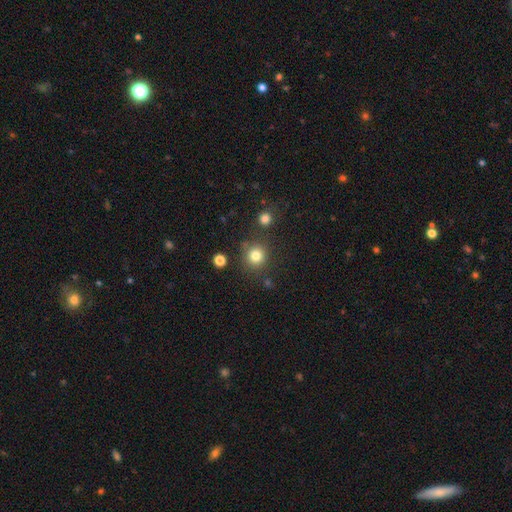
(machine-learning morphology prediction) A smooth galaxy with no disk features (81%) that is round (91%). Merging: none (82%).